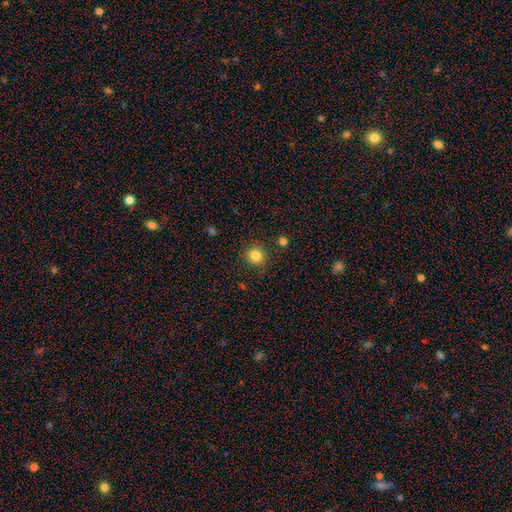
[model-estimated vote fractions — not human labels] Smooth or featured?
  - smooth: 83% *
  - star or artifact: 12%
  - featured or disk: 5%
How rounded?
  - round: 92% *
  - in between: 7%
  - cigar-shaped: 1%
Merging?
  - none: 89% *
  - minor disturbance: 7%
  - major disturbance: 2%
  - merger: 2%